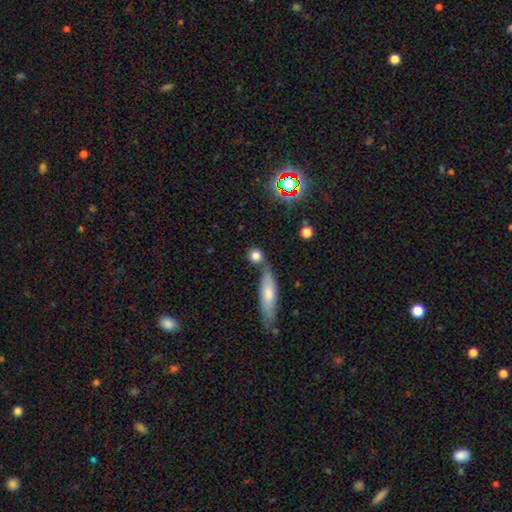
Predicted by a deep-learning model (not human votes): Smooth or featured: smooth — 79% (star or artifact — 11%)
How rounded: round — 80% (in between — 13%)
Merging: none — 66% (merger — 20%)